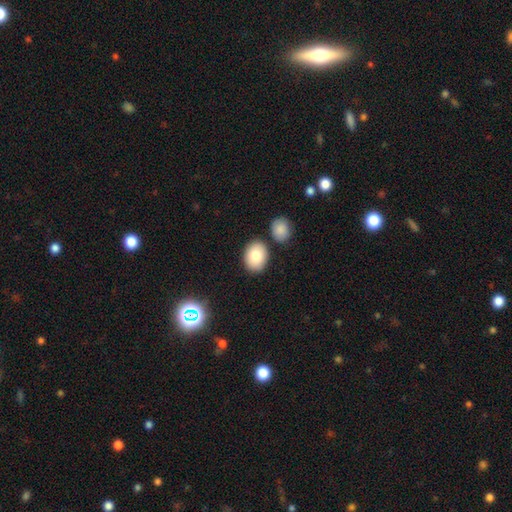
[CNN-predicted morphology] Overall: smooth (82%). How rounded: in between (66%; round 33%). Merging: none (79%).